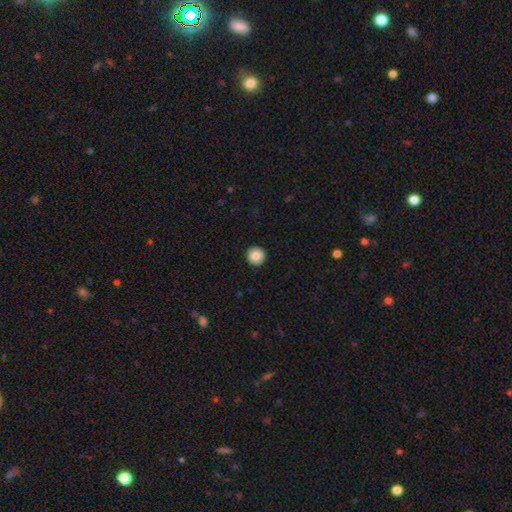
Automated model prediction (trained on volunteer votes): smooth-or-featured: smooth: 83% | featured or disk: 9% | star or artifact: 8%
  how-rounded: round: 96% | in between: 3% | cigar-shaped: 1%
  merging: none: 93% | minor disturbance: 5% | major disturbance: 1% | merger: 1%